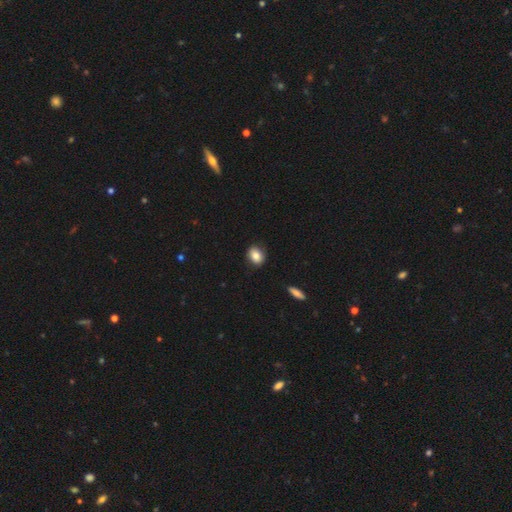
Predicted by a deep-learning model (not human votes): smooth-or-featured: smooth: 82% | featured or disk: 10% | star or artifact: 8%
  how-rounded: in between: 49% (tied) | round: 49% (tied) | cigar-shaped: 1%
  merging: none: 85% | minor disturbance: 11% | major disturbance: 2% | merger: 1%